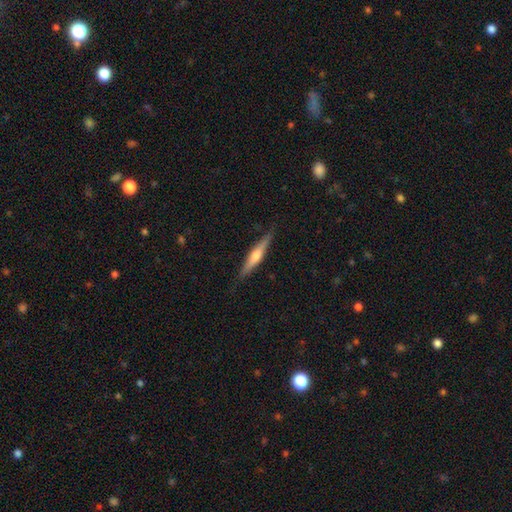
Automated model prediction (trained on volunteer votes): Smooth or featured?
  - featured or disk: 58% *
  - smooth: 36%
  - star or artifact: 6%
Edge-on disk?
  - yes: 96% *
  - no: 4%
Edge-on bulge?
  - rounded: 79% *
  - none: 11%
  - boxy: 10%
Merging?
  - none: 86% *
  - minor disturbance: 11%
  - major disturbance: 2%
  - merger: 1%